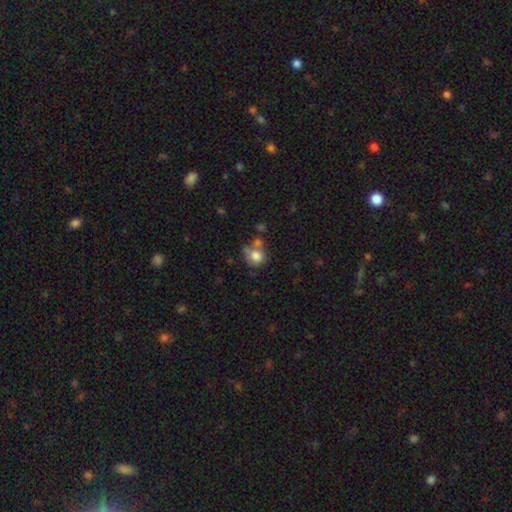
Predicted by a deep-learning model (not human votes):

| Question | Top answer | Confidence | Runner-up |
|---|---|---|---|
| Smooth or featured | smooth | 78% | featured or disk (12%) |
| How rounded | round | 79% | in between (20%) |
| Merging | none | 47% | merger (27%) |